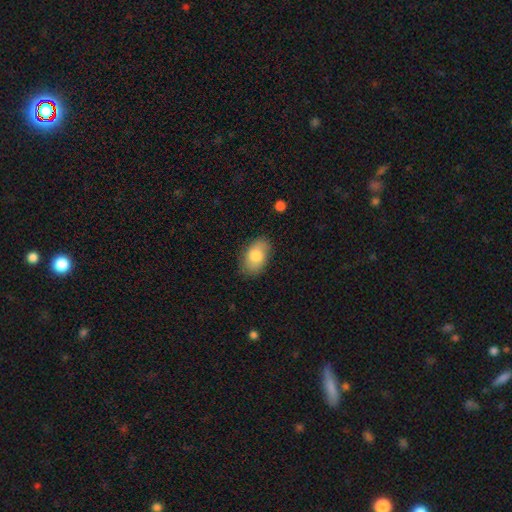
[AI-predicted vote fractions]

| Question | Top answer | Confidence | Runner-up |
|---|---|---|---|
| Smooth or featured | smooth | 81% | featured or disk (13%) |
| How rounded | in between | 92% | round (6%) |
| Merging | none | 81% | minor disturbance (14%) |